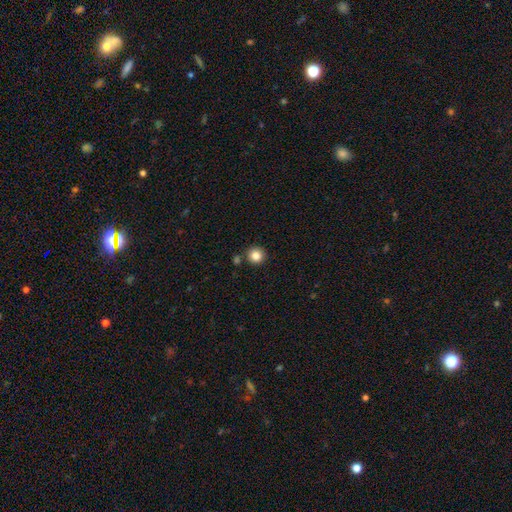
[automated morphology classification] smooth-or-featured: smooth: 85% | star or artifact: 11% | featured or disk: 5%
  how-rounded: round: 94% | in between: 5% | cigar-shaped: 1%
  merging: none: 86% | minor disturbance: 7% | merger: 5% | major disturbance: 2%